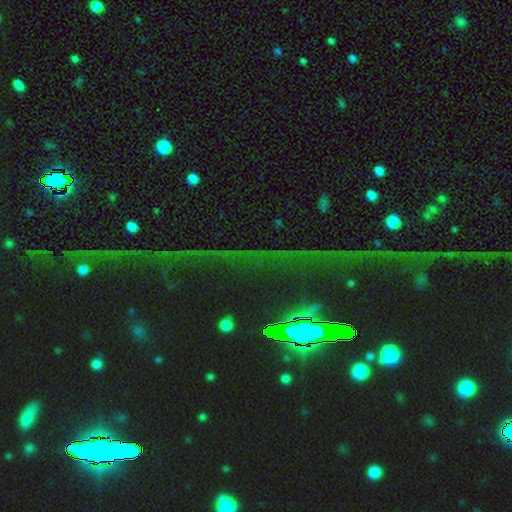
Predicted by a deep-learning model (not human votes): Overall: star or artifact (80%).